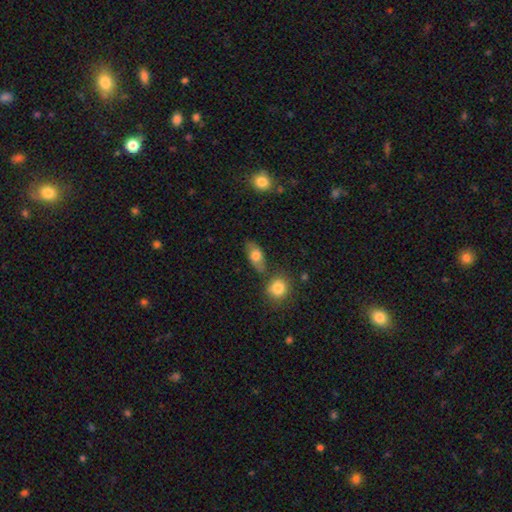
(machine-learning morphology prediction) Smooth or featured? smooth (73%)
How rounded? in between (84%)
Merging? none (71%)